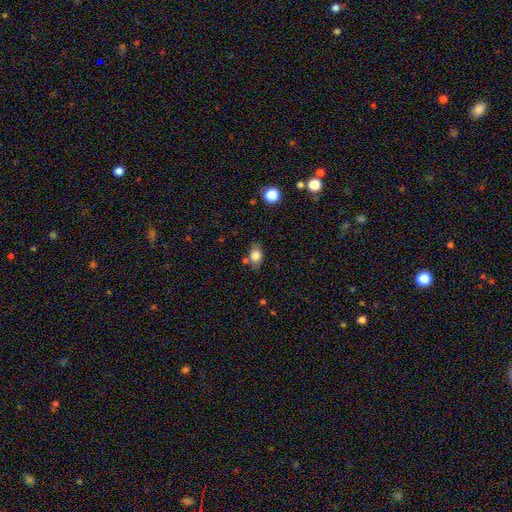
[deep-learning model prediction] smooth-or-featured: smooth: 79% | featured or disk: 12% | star or artifact: 10%
  how-rounded: in between: 73% | round: 25% | cigar-shaped: 2%
  merging: none: 67% | minor disturbance: 20% | merger: 8% | major disturbance: 5%